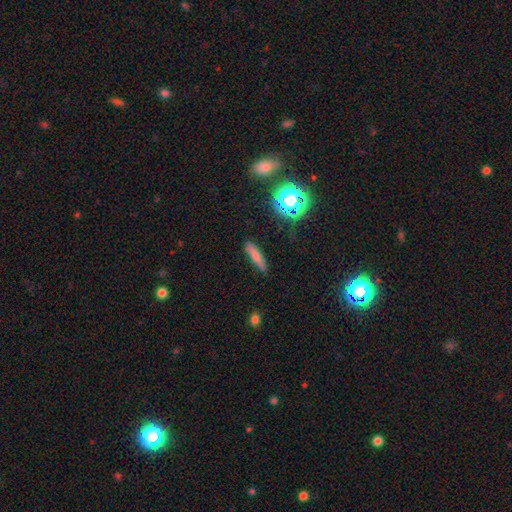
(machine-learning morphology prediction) This is likely a smooth galaxy (73%). How rounded: likely cigar-shaped (79%). Merging: clearly none (81%).